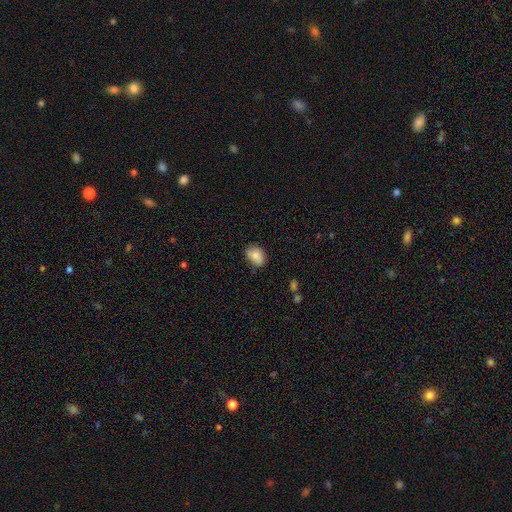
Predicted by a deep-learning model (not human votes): Smooth or featured? smooth (84%)
How rounded? in between (71%)
Merging? none (74%)